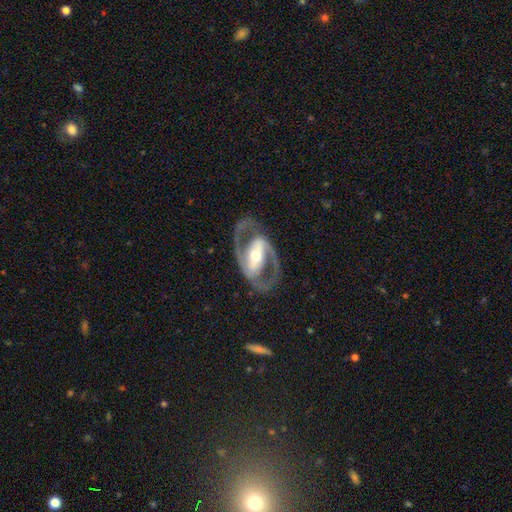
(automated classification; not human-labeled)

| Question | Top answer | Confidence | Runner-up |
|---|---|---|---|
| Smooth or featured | featured or disk | 89% | smooth (7%) |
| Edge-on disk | no | 96% | yes (4%) |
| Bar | strong | 61% | weak (24%) |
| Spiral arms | yes | 89% | no (11%) |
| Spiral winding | medium | 58% | tight (23%) |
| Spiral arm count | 2 | 92% | can't tell (3%) |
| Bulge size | moderate | 61% | small (29%) |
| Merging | none | 78% | minor disturbance (11%) |